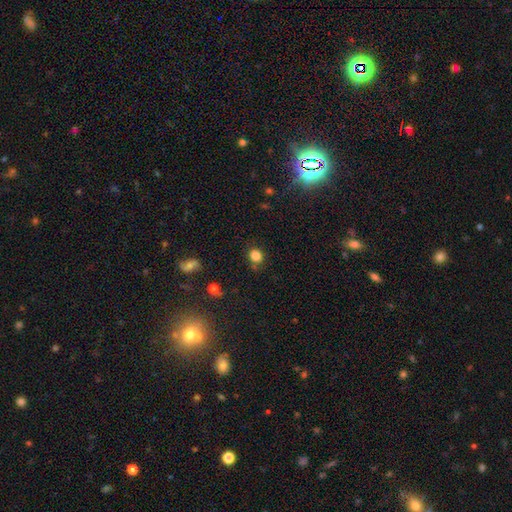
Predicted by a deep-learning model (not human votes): Smooth or featured? Predicted: smooth (p=0.83). How rounded? Predicted: round (p=0.79). Merging? Predicted: none (p=0.79).